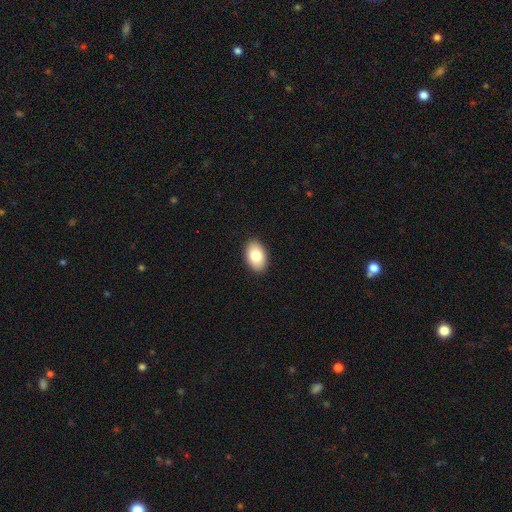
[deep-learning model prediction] smooth-or-featured: smooth: 82% | featured or disk: 12% | star or artifact: 7%
  how-rounded: in between: 90% | round: 8% | cigar-shaped: 1%
  merging: none: 90% | minor disturbance: 7% | major disturbance: 2% | merger: 1%